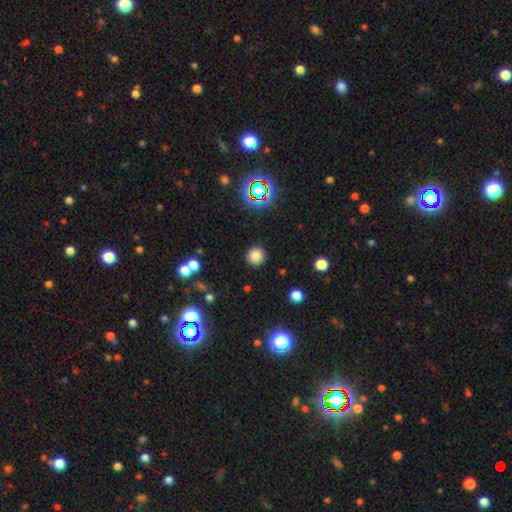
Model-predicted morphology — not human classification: smooth_or_featured: smooth (p=0.80) [alt: star or artifact p=0.14]
how_rounded: round (p=0.93) [alt: in between p=0.06]
merging: none (p=0.90) [alt: minor disturbance p=0.06]